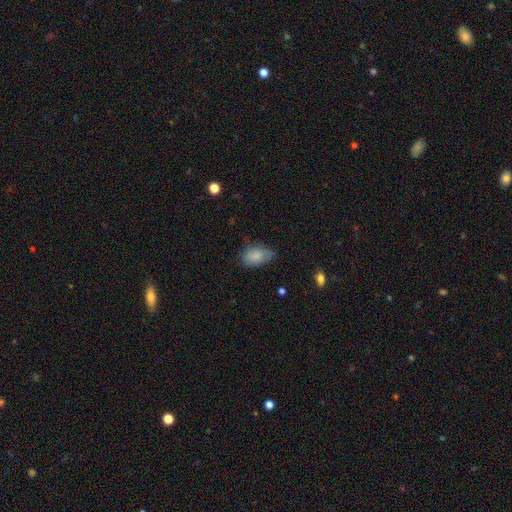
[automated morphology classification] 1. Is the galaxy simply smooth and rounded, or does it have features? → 83% smooth, 9% featured or disk, 8% star or artifact.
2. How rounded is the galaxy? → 90% in between, 8% round, 2% cigar-shaped.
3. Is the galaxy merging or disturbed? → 54% none, 36% minor disturbance, 8% major disturbance, 2% merger.